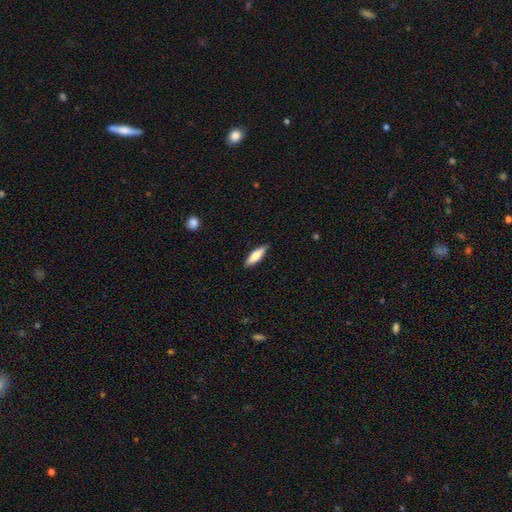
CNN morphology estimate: Smooth or featured? smooth (71%)
How rounded? cigar-shaped (60%)
Merging? none (87%)